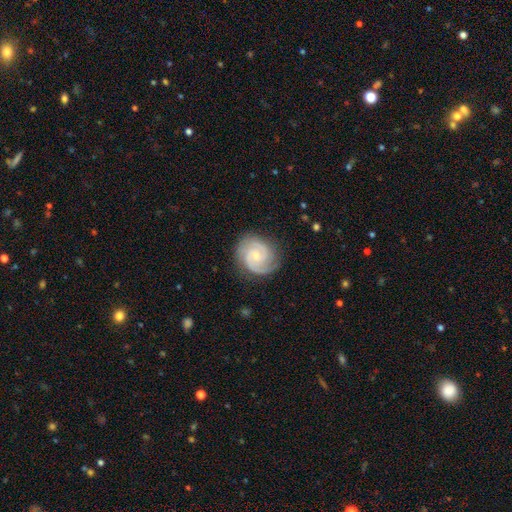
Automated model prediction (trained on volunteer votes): A featured or disk galaxy (88%) with no bar (60%), 2 (72%) tight (57%) spiral arms (98%) and a small central bulge (64%).

Vote fractions:
- Smooth or featured? featured or disk: 88% / smooth: 8% / star or artifact: 5%
- Edge-on disk? no: 98% / yes: 2%
- Bar? no: 60% / weak: 34% / strong: 5%
- Spiral arms? yes: 98% / no: 2%
- Spiral winding? tight: 57% / medium: 38% / loose: 5%
- Spiral arm count? 2: 72% / 3: 16% / can't tell: 6% / 4: 2% / 1: 2% / more than 4: 2%
- Bulge size? small: 64% / moderate: 30% / none: 3% / large: 1% / dominant: 1%
- Merging? none: 82% / minor disturbance: 13% / major disturbance: 4% / merger: 1%